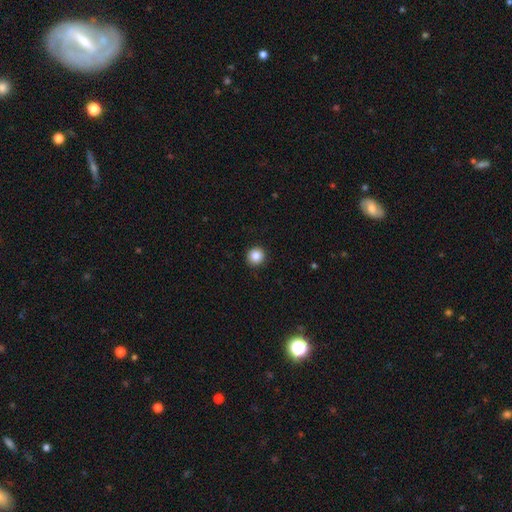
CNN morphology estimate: Smooth or featured?
  - smooth: 86% *
  - star or artifact: 10%
  - featured or disk: 4%
How rounded?
  - round: 94% *
  - in between: 5%
  - cigar-shaped: 1%
Merging?
  - none: 92% *
  - minor disturbance: 5%
  - major disturbance: 2%
  - merger: 1%